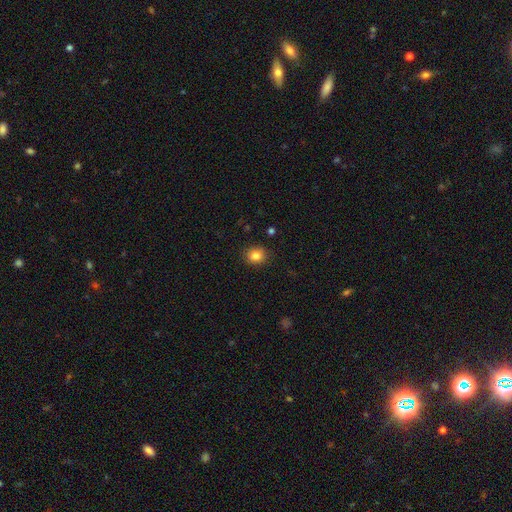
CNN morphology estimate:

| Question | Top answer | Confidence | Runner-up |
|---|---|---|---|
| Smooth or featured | smooth | 83% | star or artifact (11%) |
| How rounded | round | 75% | in between (25%) |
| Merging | none | 89% | minor disturbance (8%) |